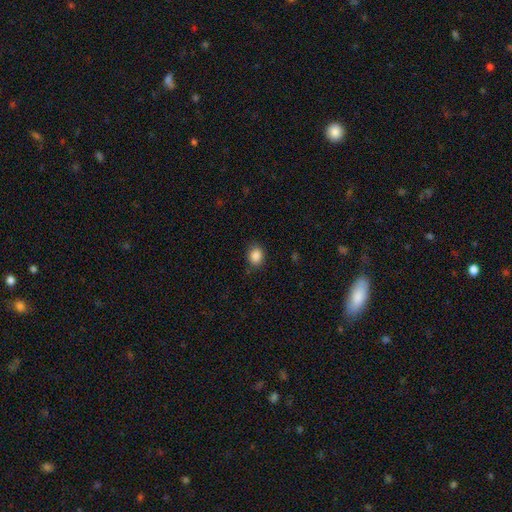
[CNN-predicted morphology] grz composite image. It shows a smooth galaxy with no disk features (87%) that is round (53%). Merging: none (83%).